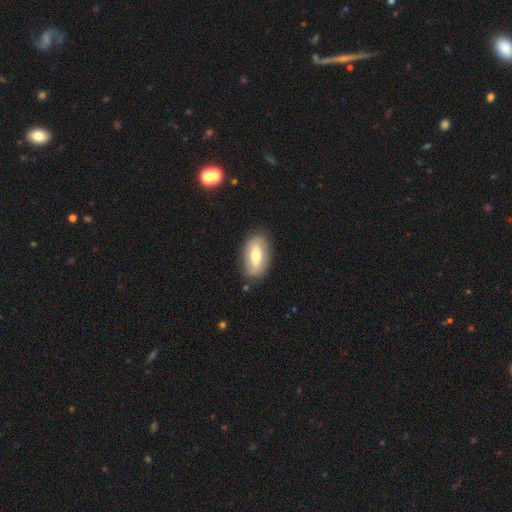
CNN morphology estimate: smooth 56%, featured or disk 37%, star or artifact 7%. Down the decision tree: how rounded — in between (91%); merging — none (84%).